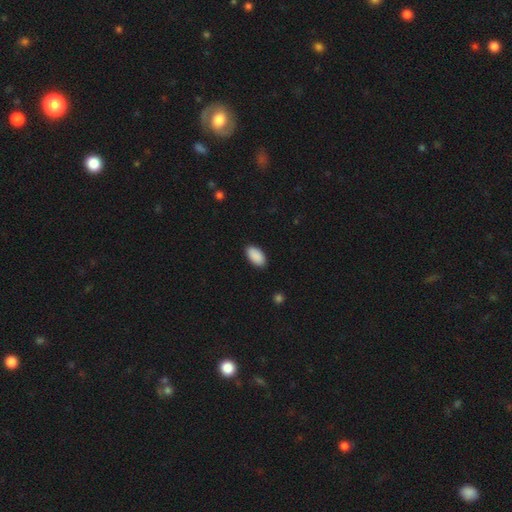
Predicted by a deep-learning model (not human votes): Smooth or featured? smooth (91%)
How rounded? in between (96%)
Merging? none (89%)